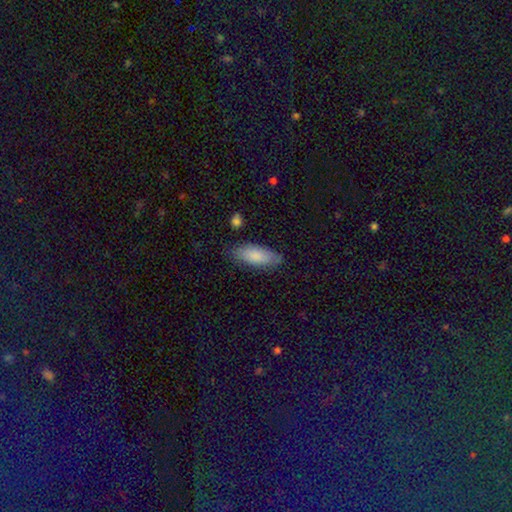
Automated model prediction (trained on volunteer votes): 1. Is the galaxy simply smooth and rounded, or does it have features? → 82% smooth, 13% featured or disk, 6% star or artifact.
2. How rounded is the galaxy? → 78% in between, 20% cigar-shaped, 2% round.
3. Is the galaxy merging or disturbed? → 76% none, 18% minor disturbance, 4% major disturbance, 2% merger.